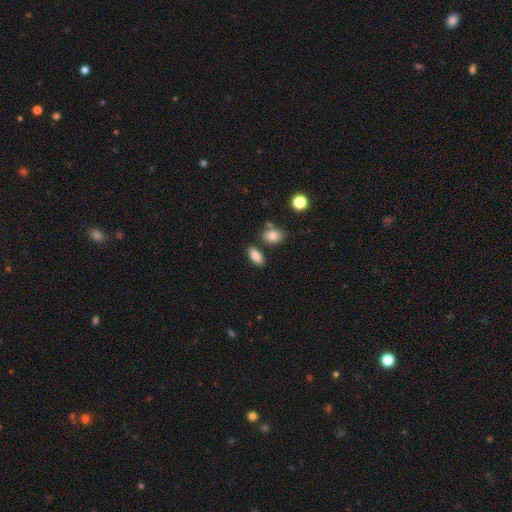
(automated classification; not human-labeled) Smooth or featured? Predicted: smooth (p=0.87). How rounded? Predicted: in between (p=0.89). Merging? Predicted: none (p=0.79).